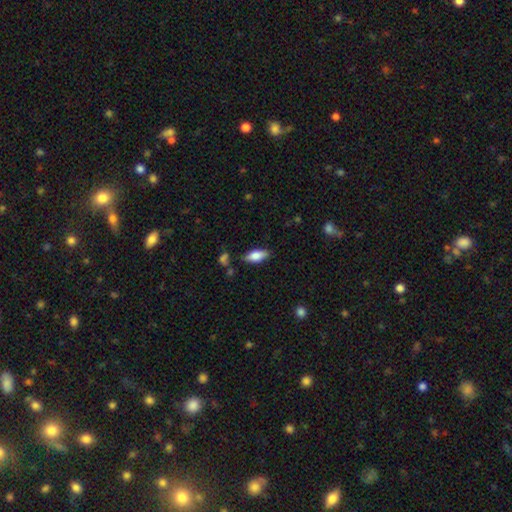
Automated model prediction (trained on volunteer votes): Morphology: type=smooth (78%); roundness=in between (83%); merging=none (81%).